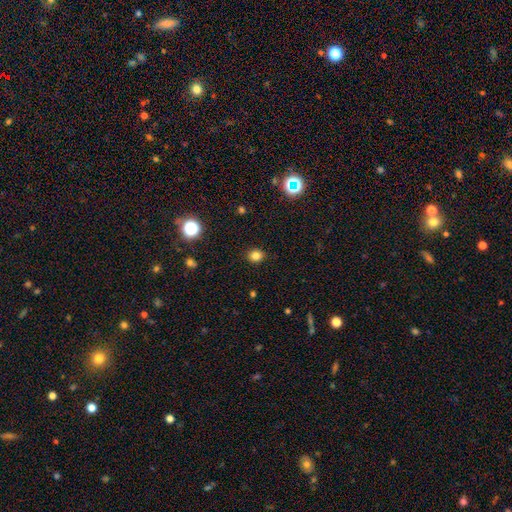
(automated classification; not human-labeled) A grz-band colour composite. It shows a smooth galaxy with no disk features (81%) that is round (71%). Merging: none (89%).